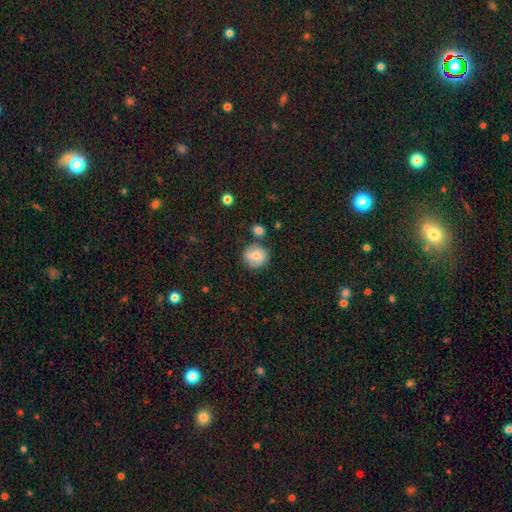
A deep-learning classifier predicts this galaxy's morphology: A smooth galaxy with no disk features (67%) that is round (88%).

Vote fractions:
- Smooth or featured? smooth: 67% / featured or disk: 24% / star or artifact: 9%
- How rounded? round: 88% / in between: 11% / cigar-shaped: 1%
- Merging? none: 73% / minor disturbance: 15% / merger: 8% / major disturbance: 4%